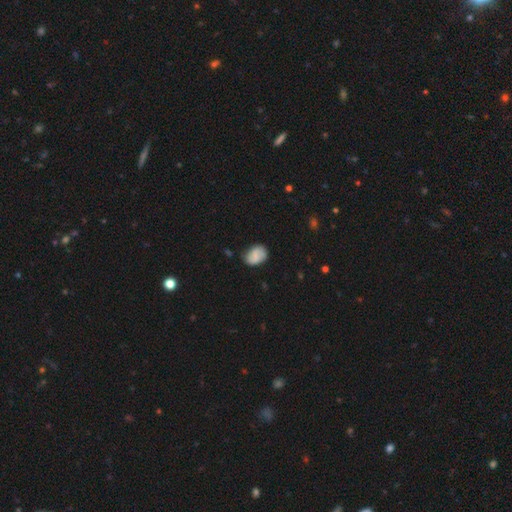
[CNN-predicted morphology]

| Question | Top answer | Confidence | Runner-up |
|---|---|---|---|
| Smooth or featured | smooth | 58% | featured or disk (33%) |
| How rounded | in between | 73% | round (25%) |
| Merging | none | 72% | minor disturbance (21%) |